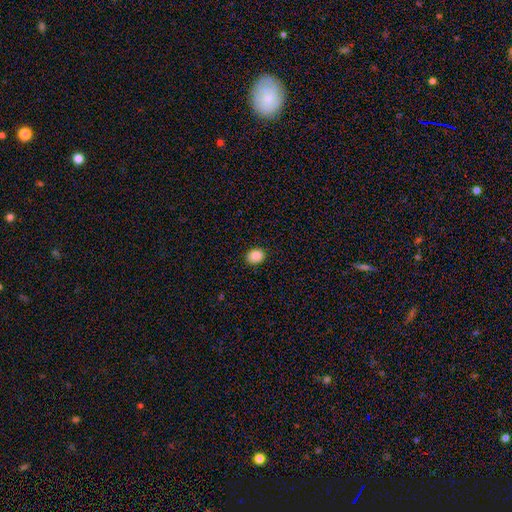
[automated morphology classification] smooth 88%, star or artifact 9%, featured or disk 3%. Down the decision tree: how rounded — round (51%); merging — none (89%).